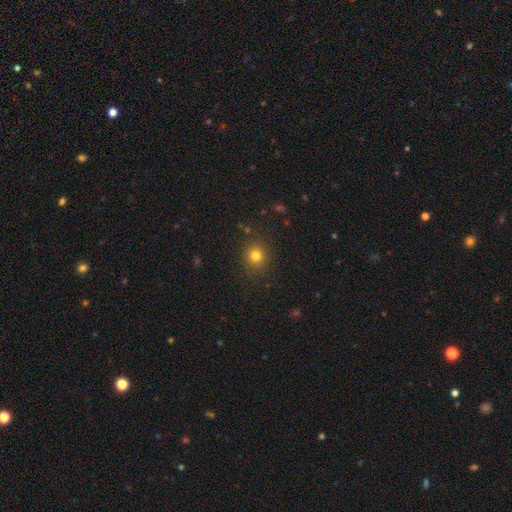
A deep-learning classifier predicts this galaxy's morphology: Q: Smooth or featured?
A: smooth (80%); runner-up: star or artifact (14%)
Q: How rounded?
A: round (85%); runner-up: in between (14%)
Q: Merging?
A: none (88%); runner-up: minor disturbance (8%)